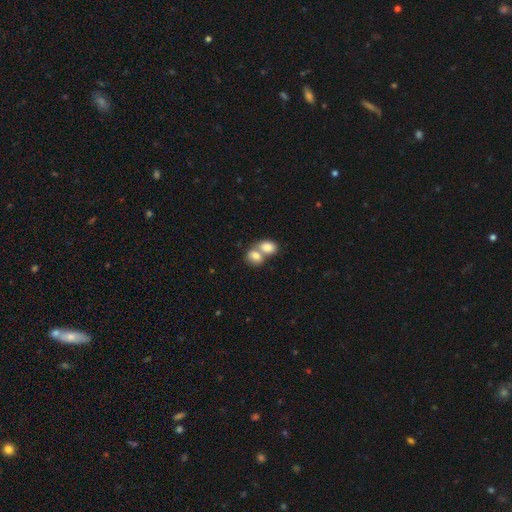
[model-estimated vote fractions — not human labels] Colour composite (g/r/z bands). It shows a smooth galaxy with no disk features (80%) that is in between round and cigar-shaped (63%). Merging: merger (68%).